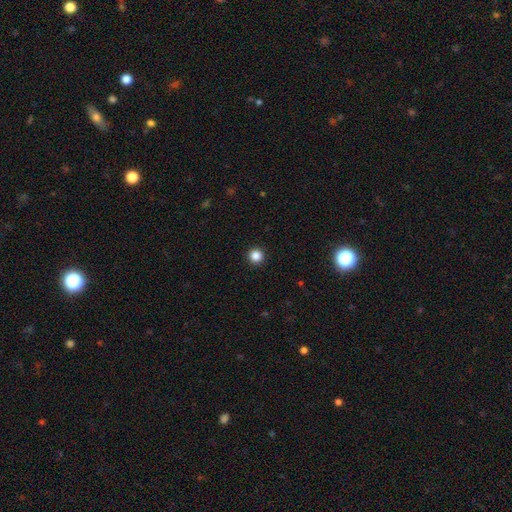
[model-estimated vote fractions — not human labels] Q: Smooth or featured?
A: smooth (85%); runner-up: star or artifact (12%)
Q: How rounded?
A: round (96%); runner-up: in between (3%)
Q: Merging?
A: none (94%); runner-up: minor disturbance (4%)